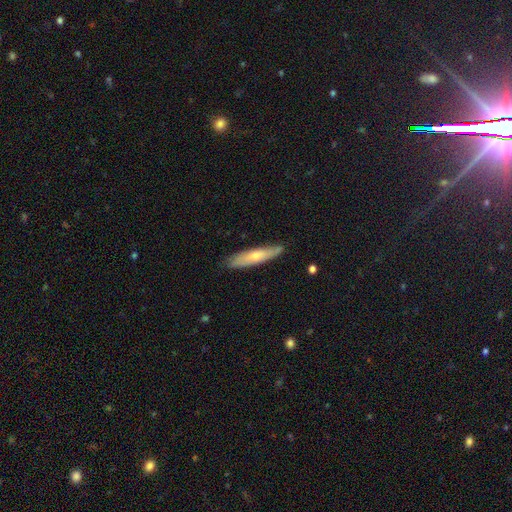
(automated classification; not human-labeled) Q: Smooth or featured?
A: smooth (53%); runner-up: featured or disk (41%)
Q: How rounded?
A: cigar-shaped (84%); runner-up: in between (15%)
Q: Merging?
A: none (82%); runner-up: minor disturbance (15%)